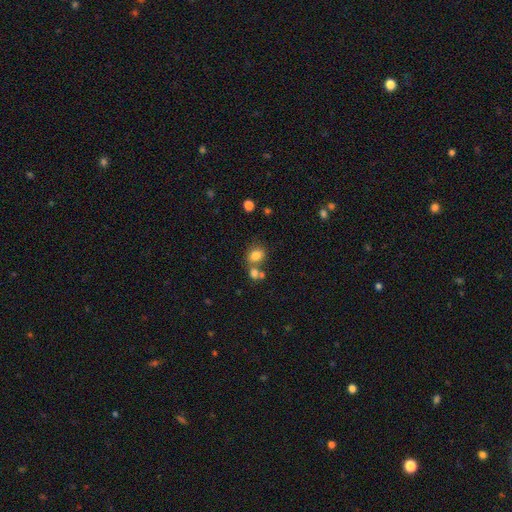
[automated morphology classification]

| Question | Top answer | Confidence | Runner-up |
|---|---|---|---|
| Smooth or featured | smooth | 79% | star or artifact (12%) |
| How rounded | round | 57% | in between (42%) |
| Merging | none | 52% | merger (31%) |